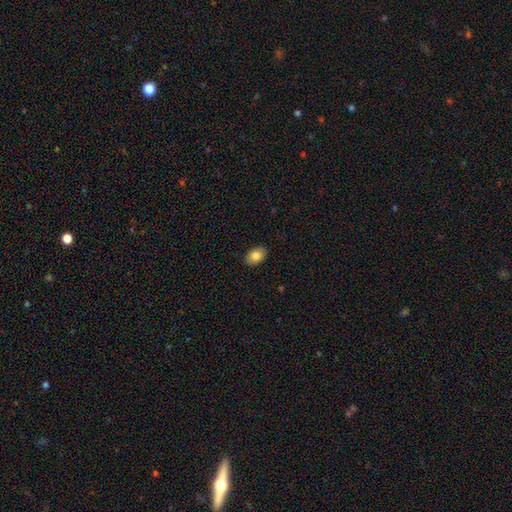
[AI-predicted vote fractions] Smooth or featured?
  - smooth: 83% *
  - featured or disk: 9%
  - star or artifact: 8%
How rounded?
  - in between: 85% *
  - round: 14%
  - cigar-shaped: 1%
Merging?
  - none: 89% *
  - minor disturbance: 8%
  - major disturbance: 2%
  - merger: 1%